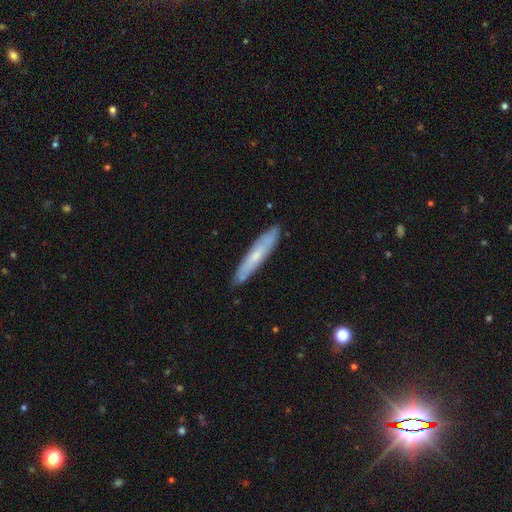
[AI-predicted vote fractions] smooth_or_featured: smooth (p=0.50) [alt: featured or disk p=0.44]
merging: none (p=0.87) [alt: minor disturbance p=0.10]